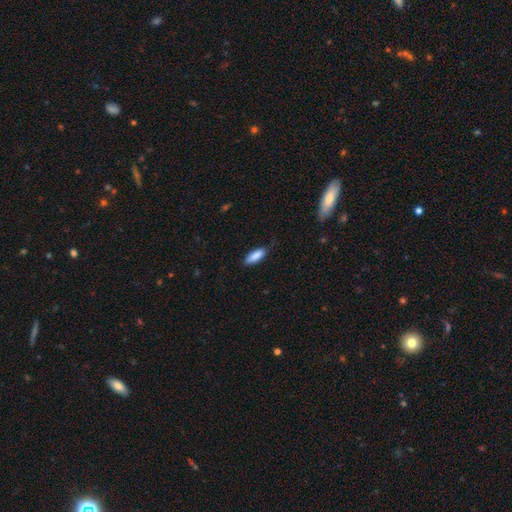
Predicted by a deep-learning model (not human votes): The model was most divided on "how rounded": in between: 64%, cigar-shaped: 35%, round: 2%. More confident: smooth or featured — smooth (86%); merging — none (72%).